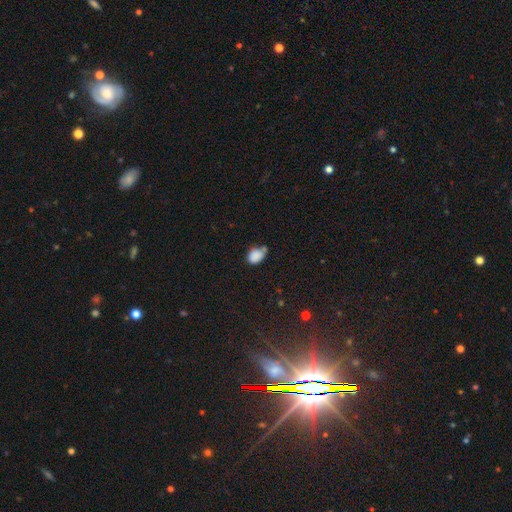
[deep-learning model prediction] Smooth or featured? smooth (84%)
How rounded? in between (70%)
Merging? none (41%)